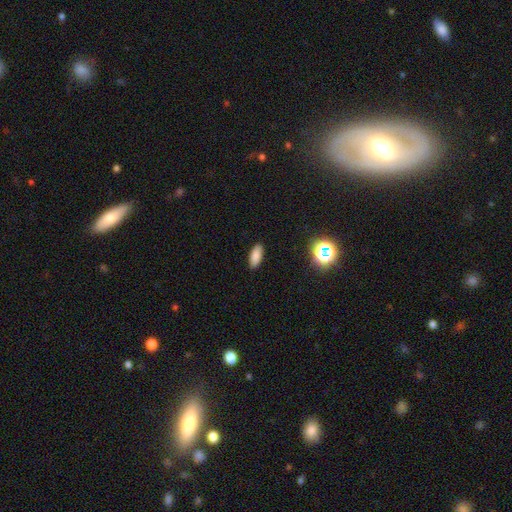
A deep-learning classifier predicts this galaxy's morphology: type=smooth (84%); roundness=in between (80%); merging=none (89%).